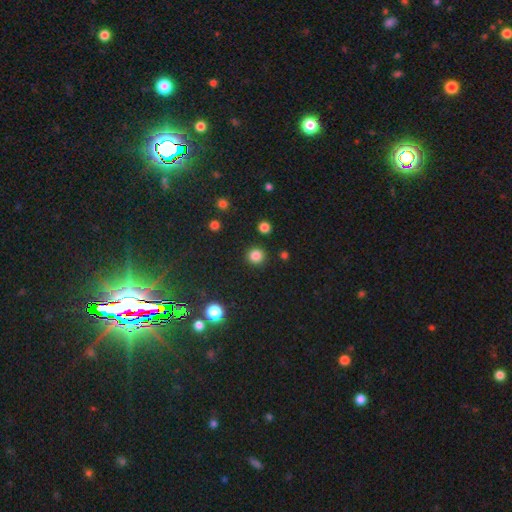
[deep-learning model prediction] Smooth or featured? smooth (84%)
How rounded? round (94%)
Merging? none (91%)